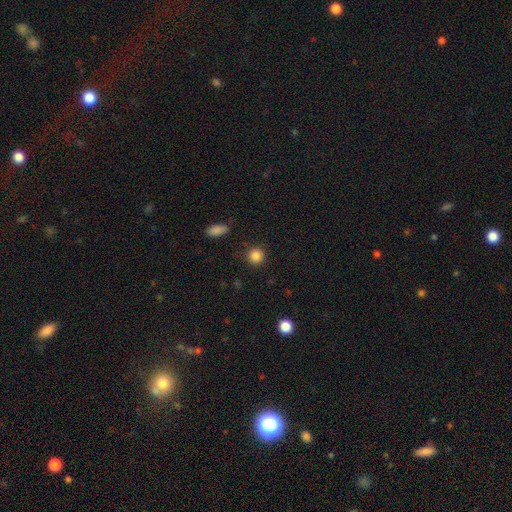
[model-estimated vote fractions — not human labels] smooth_or_featured: smooth (p=0.86) [alt: star or artifact p=0.10]
how_rounded: round (p=0.93) [alt: in between p=0.06]
merging: none (p=0.88) [alt: minor disturbance p=0.07]